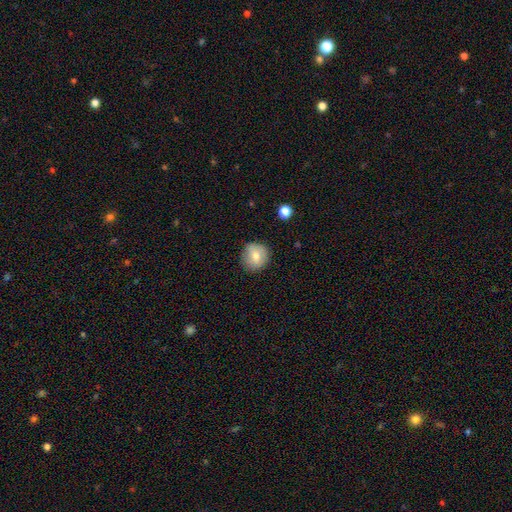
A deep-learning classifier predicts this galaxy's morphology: smooth 70%, featured or disk 22%, star or artifact 8%. Down the decision tree: how rounded — round (90%); merging — none (83%).